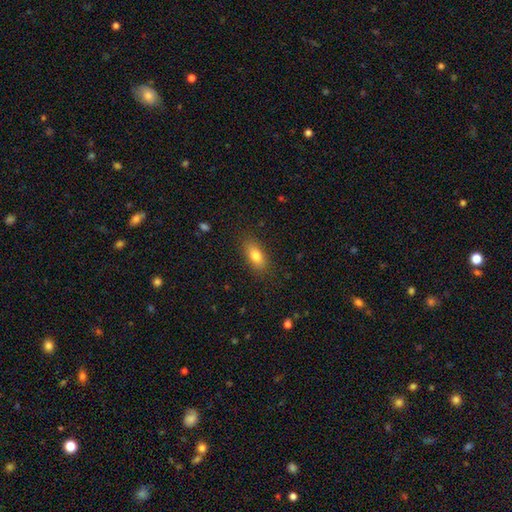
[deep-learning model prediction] smooth-or-featured: smooth: 82% | featured or disk: 10% | star or artifact: 8%
  how-rounded: in between: 85% | cigar-shaped: 10% | round: 6%
  merging: none: 85% | minor disturbance: 11% | major disturbance: 3% | merger: 1%